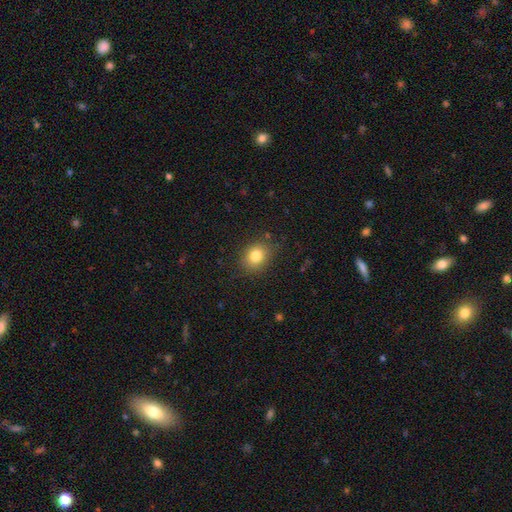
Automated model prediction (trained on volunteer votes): Smooth or featured: smooth — 81% (star or artifact — 11%)
How rounded: round — 54% (in between — 45%)
Merging: none — 83% (minor disturbance — 12%)